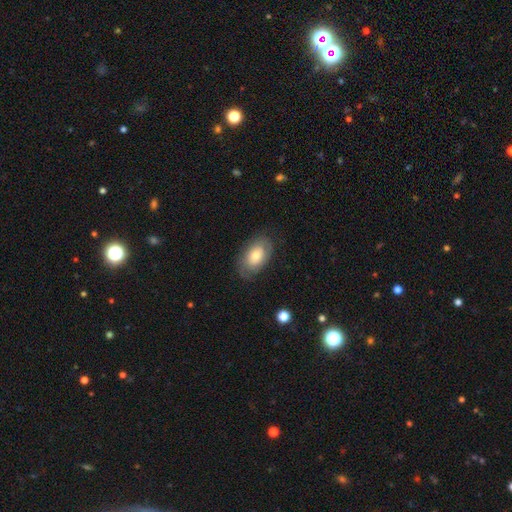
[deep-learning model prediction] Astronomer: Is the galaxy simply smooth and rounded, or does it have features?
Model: smooth — 65%.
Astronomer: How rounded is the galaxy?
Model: in between — 92%.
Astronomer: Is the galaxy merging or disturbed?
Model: none — 78%.